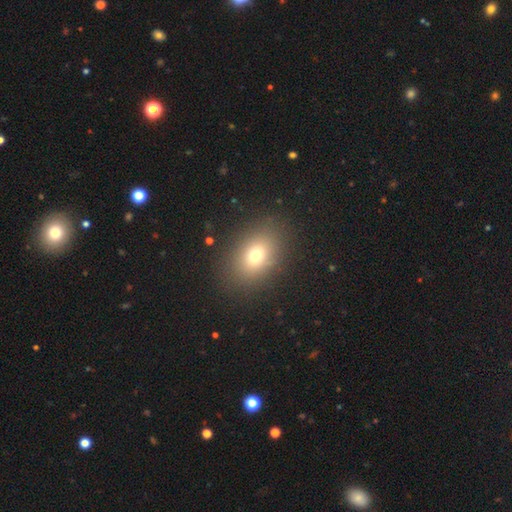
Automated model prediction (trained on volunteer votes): This appears to be a smooth galaxy with no disk features (73%) that is in between round and cigar-shaped (72%). Merging: none (86%).